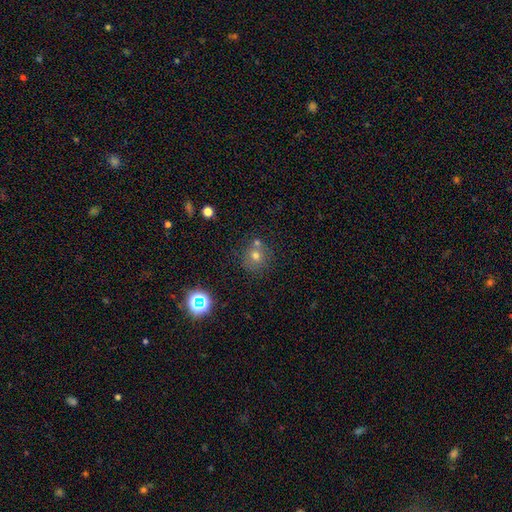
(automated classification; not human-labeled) Morphology: type=smooth (65%); roundness=round (89%); merging=none (63%).